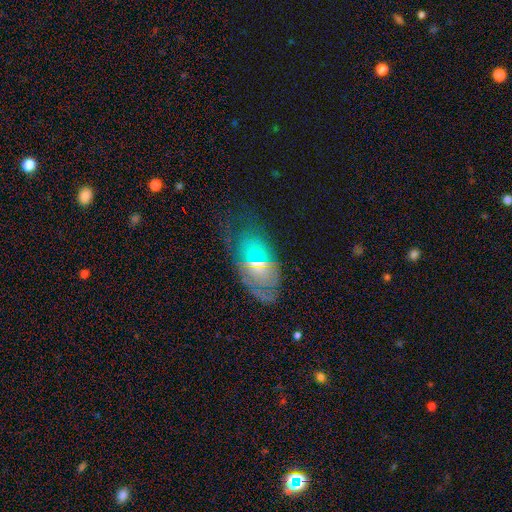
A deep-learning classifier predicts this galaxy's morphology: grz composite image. It shows a featured or disk galaxy (53%). Merging: none (54%).